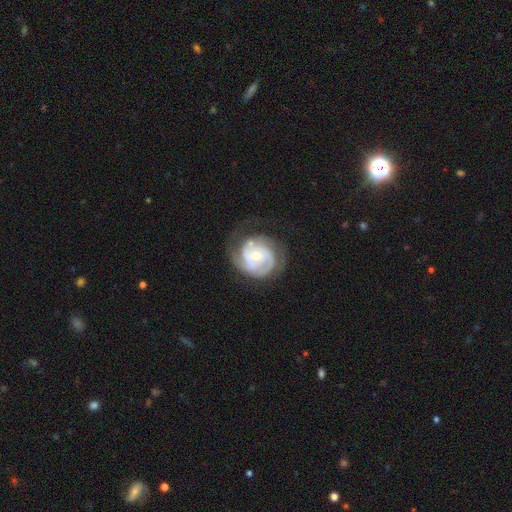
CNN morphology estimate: Smooth or featured: featured or disk — 84% (smooth — 11%)
Edge-on disk: no — 98% (yes — 2%)
Bar: no — 67% (weak — 27%)
Spiral arms: yes — 95% (no — 5%)
Spiral winding: tight — 61% (medium — 30%)
Spiral arm count: 2 — 43% (3 — 20%)
Bulge size: small — 51% (moderate — 44%)
Merging: none — 59% (minor disturbance — 21%)